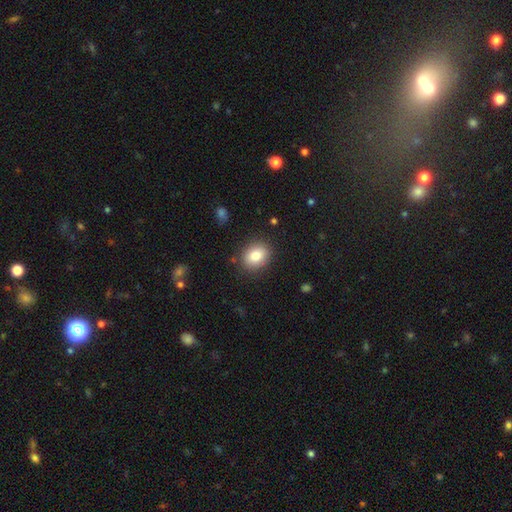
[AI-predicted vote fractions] smooth_or_featured: smooth (p=0.82) [alt: featured or disk p=0.09]
how_rounded: in between (p=0.57) [alt: round p=0.43]
merging: none (p=0.86) [alt: minor disturbance p=0.09]